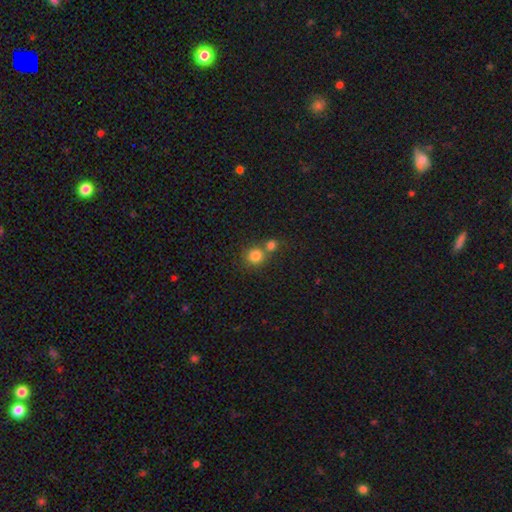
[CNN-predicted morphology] Overall: smooth (82%). How rounded: round (88%). Merging: none (50%; merger 40%).